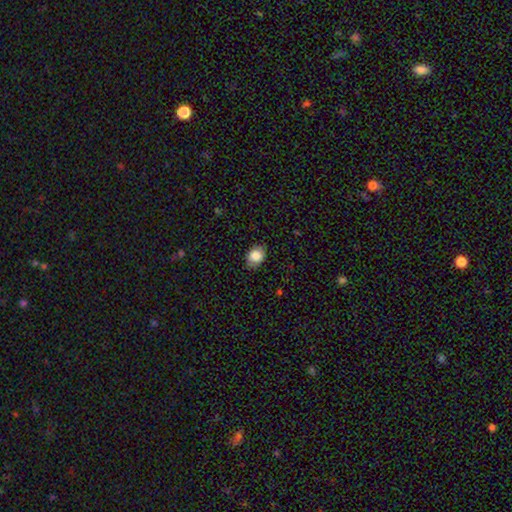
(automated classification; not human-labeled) Smooth or featured?
  - smooth: 86% *
  - star or artifact: 8%
  - featured or disk: 6%
How rounded?
  - in between: 59% *
  - round: 40%
  - cigar-shaped: 1%
Merging?
  - none: 83% *
  - minor disturbance: 13%
  - major disturbance: 3%
  - merger: 1%